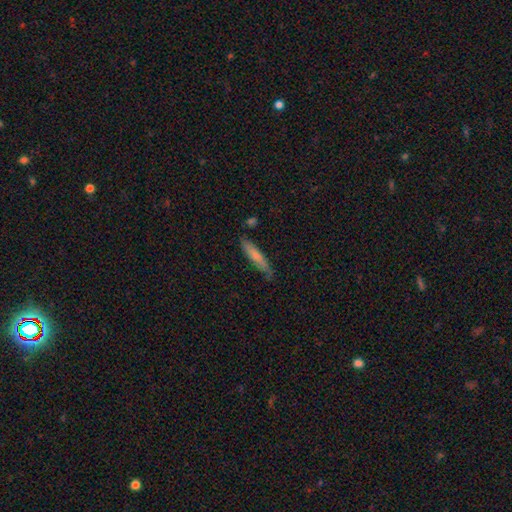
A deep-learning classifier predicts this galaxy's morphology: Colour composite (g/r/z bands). It shows a smooth galaxy with no disk features (68%) that is cigar-shaped (87%). Merging: none (75%).